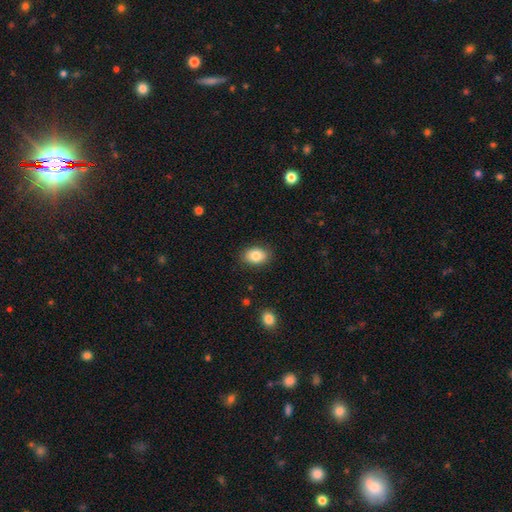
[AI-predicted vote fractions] Smooth or featured: smooth — 84% (featured or disk — 8%)
How rounded: in between — 80% (round — 19%)
Merging: none — 86% (minor disturbance — 10%)